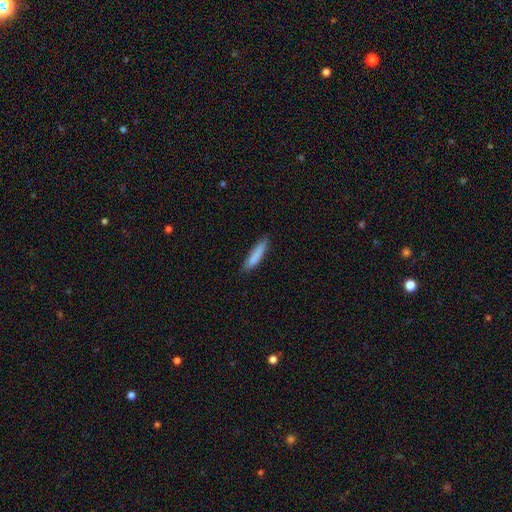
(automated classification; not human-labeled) Smooth or featured: smooth — 84% (featured or disk — 10%)
How rounded: cigar-shaped — 85% (in between — 14%)
Merging: none — 81% (minor disturbance — 15%)